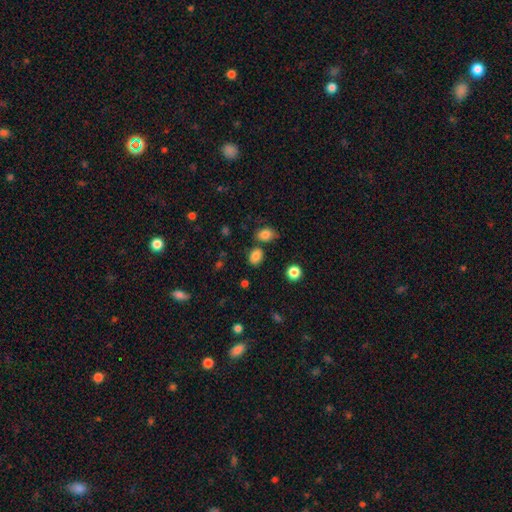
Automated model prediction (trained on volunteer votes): smooth_or_featured: smooth (p=0.83) [alt: star or artifact p=0.12]
how_rounded: in between (p=0.58) [alt: round p=0.41]
merging: none (p=0.75) [alt: minor disturbance p=0.12]